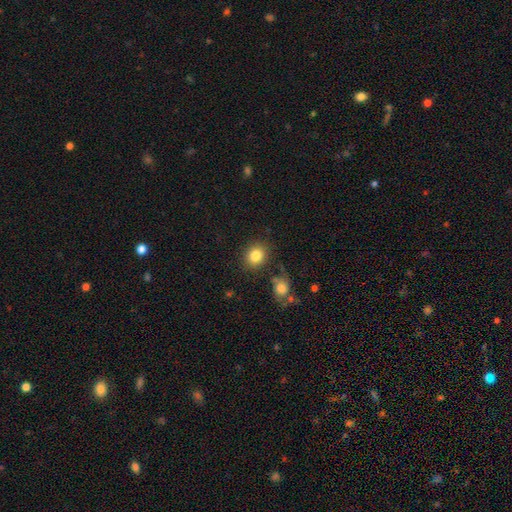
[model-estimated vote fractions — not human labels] This appears to be a smooth galaxy with no disk features (83%) that is round (69%). Merging: none (83%).